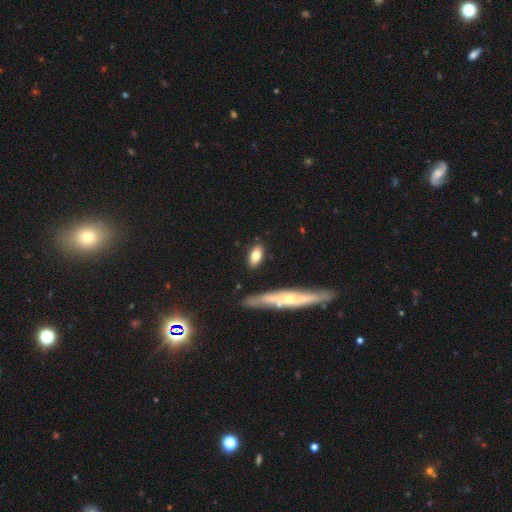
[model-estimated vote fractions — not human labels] Smooth or featured? Predicted: smooth (p=0.75). How rounded? Predicted: in between (p=0.82). Merging? Predicted: none (p=0.83).